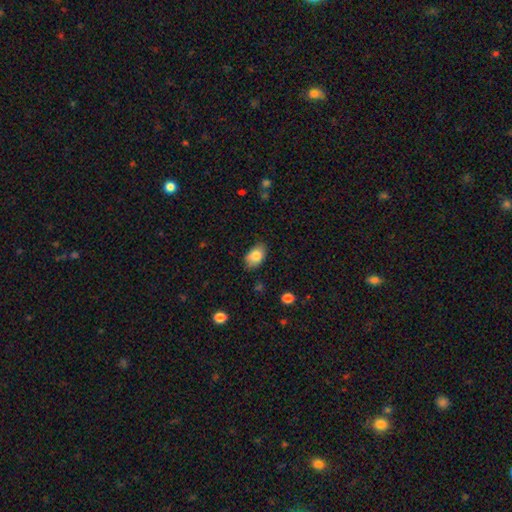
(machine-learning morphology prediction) smooth 84%, featured or disk 8%, star or artifact 7%. Down the decision tree: how rounded — in between (89%); merging — none (78%).